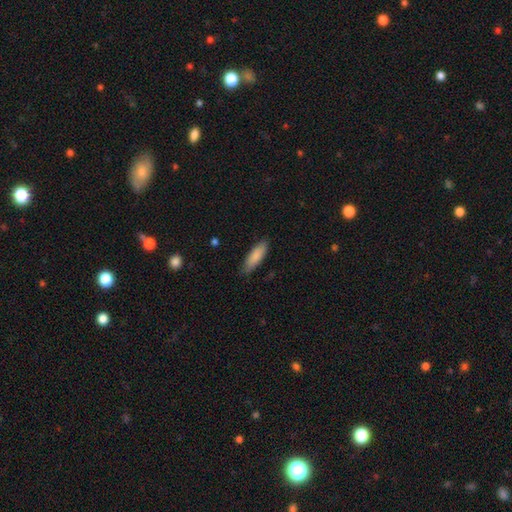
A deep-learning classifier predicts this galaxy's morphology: A smooth galaxy with no disk features (85%) that is in between round and cigar-shaped (55%). Merging: none (81%).